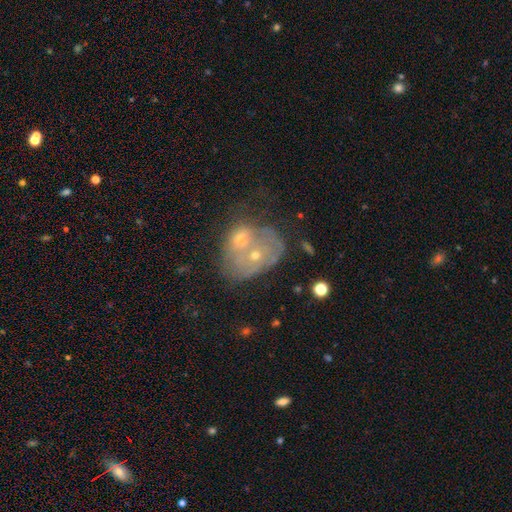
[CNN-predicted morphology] This appears to be a featured or disk galaxy (58%) with no bar (88%), no spiral arms (58%) and a small central bulge (62%). Merging: merger (61%).